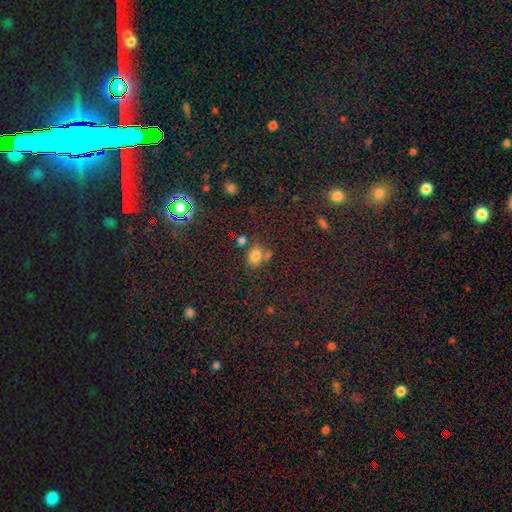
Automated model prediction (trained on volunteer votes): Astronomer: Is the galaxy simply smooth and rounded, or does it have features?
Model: smooth — 74%.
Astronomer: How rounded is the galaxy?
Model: in between — 61% (runner-up: round, 38%).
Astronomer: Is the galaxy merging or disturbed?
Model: none — 58%.